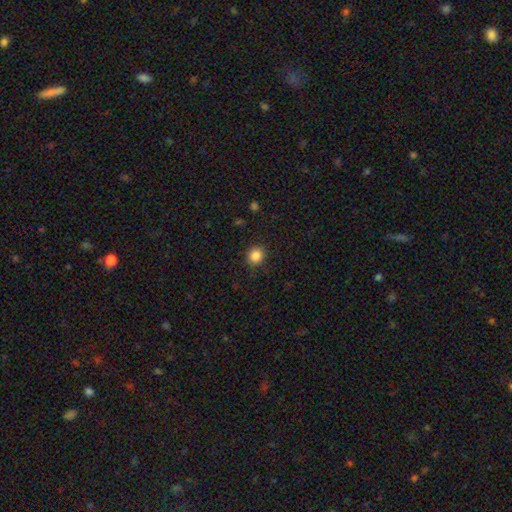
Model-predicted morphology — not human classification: smooth-or-featured: smooth: 85% | star or artifact: 11% | featured or disk: 4%
  how-rounded: round: 87% | in between: 12% | cigar-shaped: 1%
  merging: none: 89% | minor disturbance: 8% | major disturbance: 2% | merger: 1%